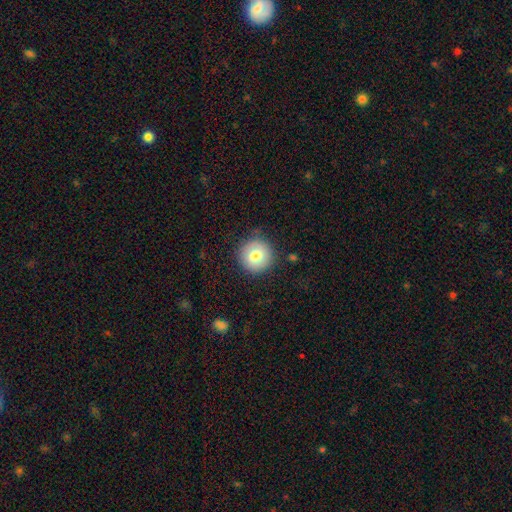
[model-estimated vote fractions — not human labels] Smooth or featured?
  - smooth: 77% *
  - featured or disk: 14%
  - star or artifact: 9%
How rounded?
  - round: 95% *
  - in between: 4%
  - cigar-shaped: 1%
Merging?
  - none: 88% *
  - minor disturbance: 8%
  - major disturbance: 2%
  - merger: 1%